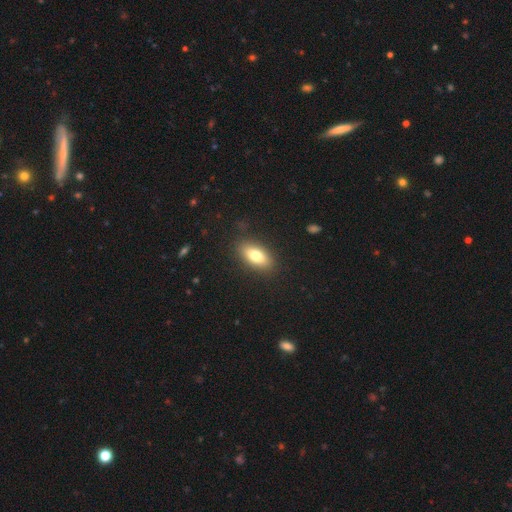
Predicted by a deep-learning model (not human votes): Morphology: type=smooth (75%); roundness=in between (85%); merging=none (86%).